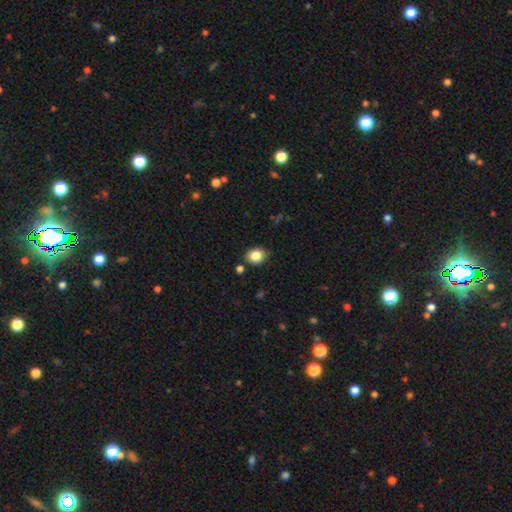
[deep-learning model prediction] smooth-or-featured: smooth: 84% | star or artifact: 10% | featured or disk: 6%
  how-rounded: round: 56% | in between: 43% | cigar-shaped: 1%
  merging: none: 82% | minor disturbance: 11% | merger: 4% | major disturbance: 3%